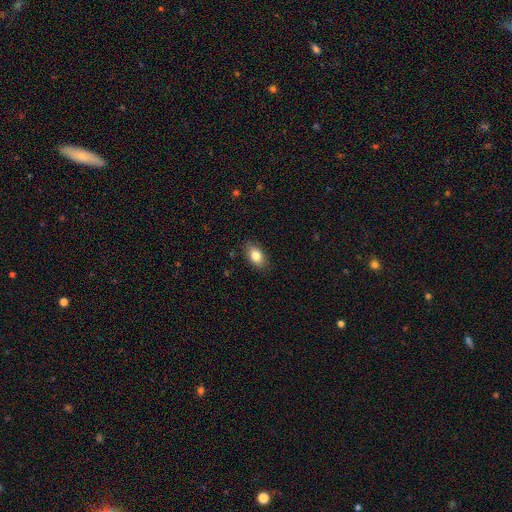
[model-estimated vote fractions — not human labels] Smooth or featured? smooth (82%)
How rounded? in between (89%)
Merging? none (85%)